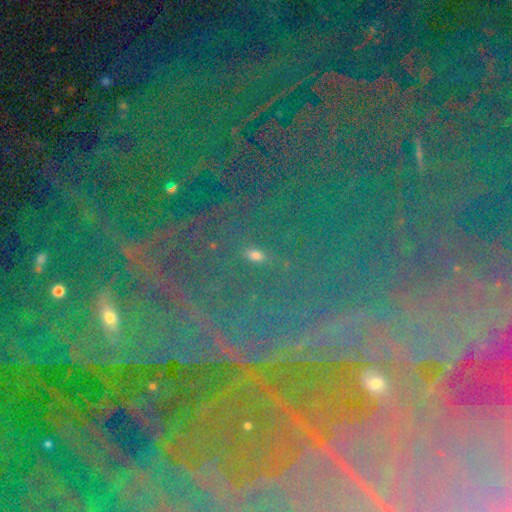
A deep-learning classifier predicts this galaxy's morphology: A star or artifact, not a galaxy (81%).

Vote fractions:
- Smooth or featured? star or artifact: 81% / smooth: 10% / featured or disk: 9%